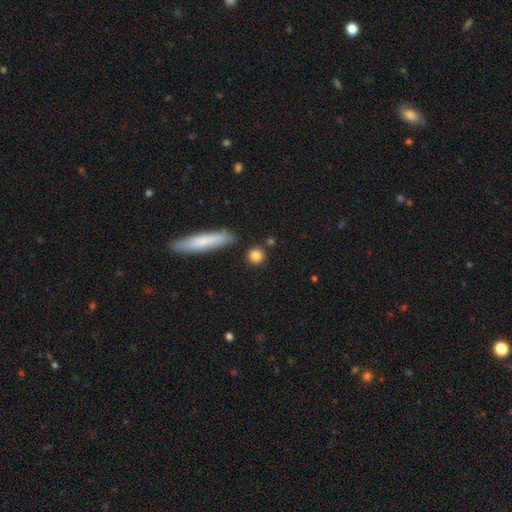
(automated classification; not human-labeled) smooth_or_featured: smooth (p=0.84) [alt: star or artifact p=0.09]
how_rounded: round (p=0.85) [alt: in between p=0.10]
merging: none (p=0.83) [alt: minor disturbance p=0.08]